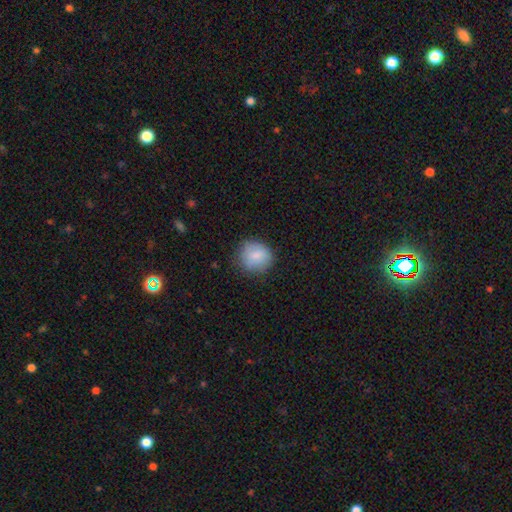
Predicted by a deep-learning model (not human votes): A smooth galaxy with no disk features (84%) that is round (85%). Merging: none (77%).